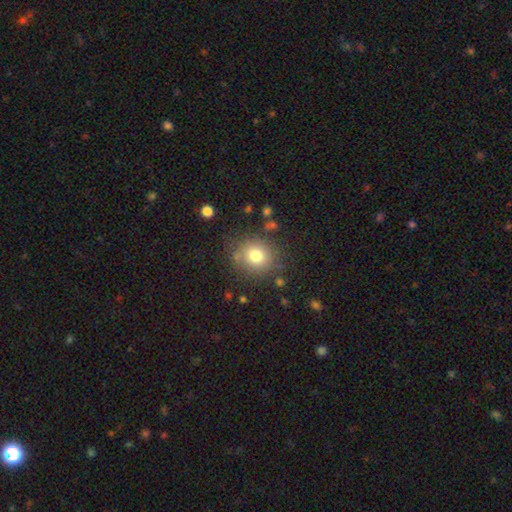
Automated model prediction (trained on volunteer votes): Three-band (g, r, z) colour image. It shows a smooth galaxy with no disk features (77%) that is round (84%). Merging: none (80%).